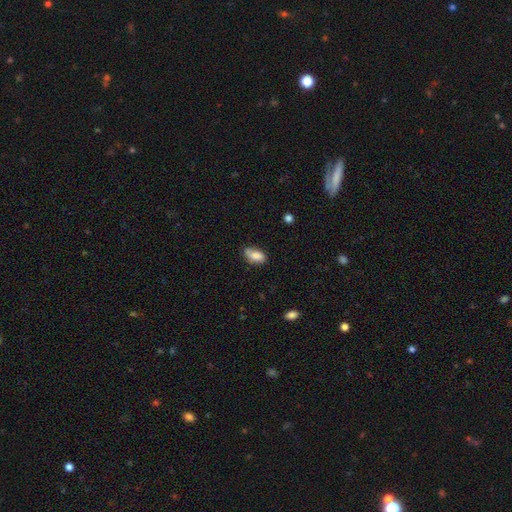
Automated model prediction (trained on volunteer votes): A smooth galaxy with no disk features (81%) that is in between round and cigar-shaped (91%). Merging: none (62%).